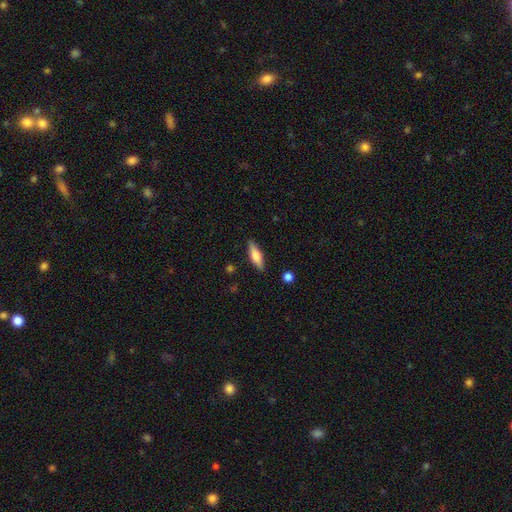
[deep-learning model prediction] Smooth or featured? smooth (58%)
How rounded? cigar-shaped (56%)
Merging? none (87%)